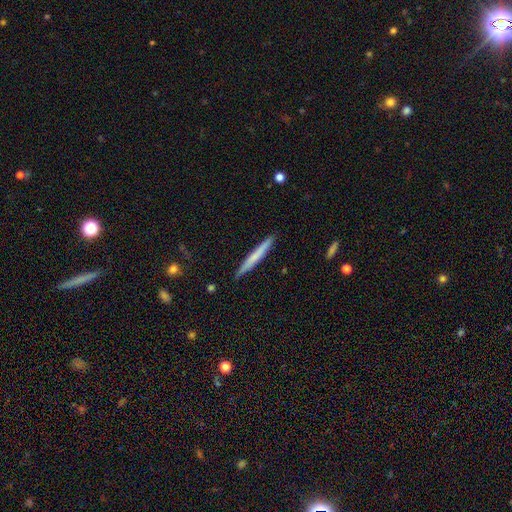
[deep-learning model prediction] This is likely a smooth galaxy (62%). How rounded: clearly cigar-shaped (97%). Merging: clearly none (90%).